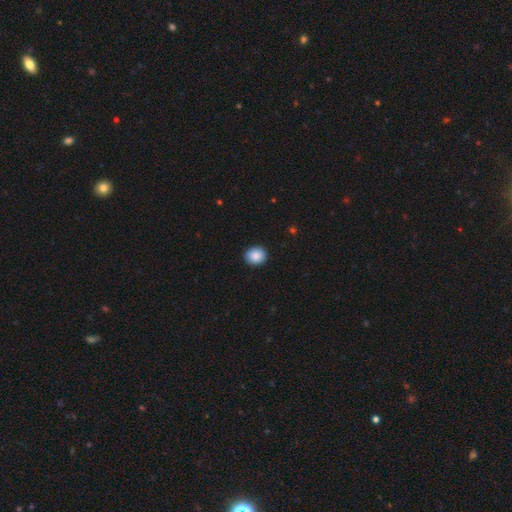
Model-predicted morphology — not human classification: type=smooth (89%); roundness=round (72%); merging=none (91%).